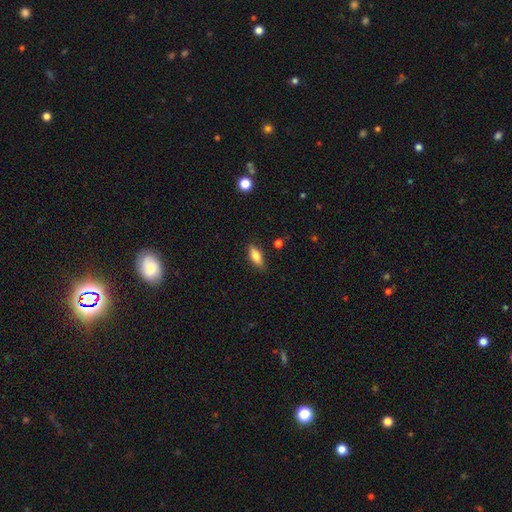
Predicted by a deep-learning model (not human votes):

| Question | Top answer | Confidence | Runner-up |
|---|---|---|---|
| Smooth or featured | smooth | 78% | featured or disk (15%) |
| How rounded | in between | 75% | cigar-shaped (22%) |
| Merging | none | 83% | minor disturbance (13%) |